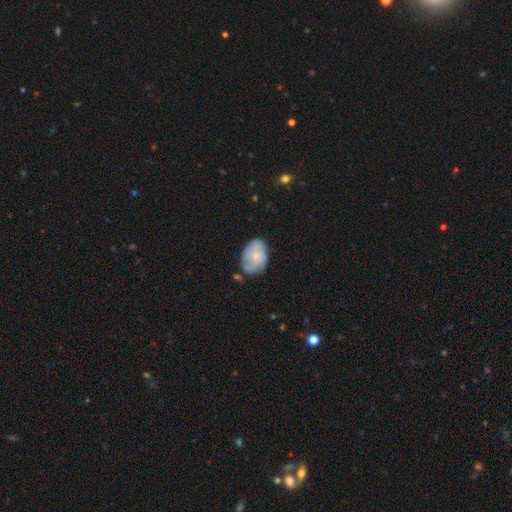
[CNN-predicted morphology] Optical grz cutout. It shows a smooth galaxy with no disk features (52%) that is in between round and cigar-shaped (82%). Merging: none (59%).